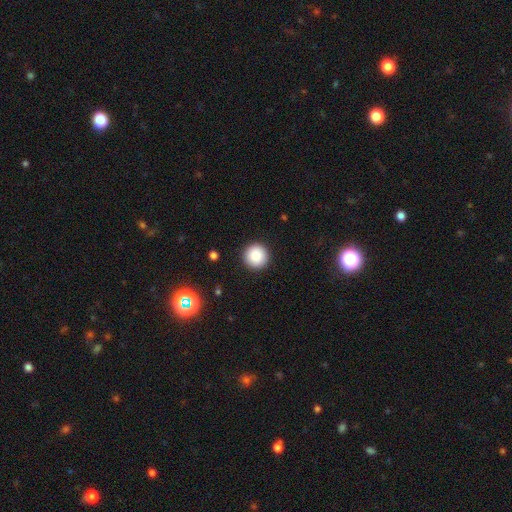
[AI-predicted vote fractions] Smooth or featured: smooth — 87% (star or artifact — 9%)
How rounded: round — 96% (in between — 3%)
Merging: none — 92% (minor disturbance — 5%)